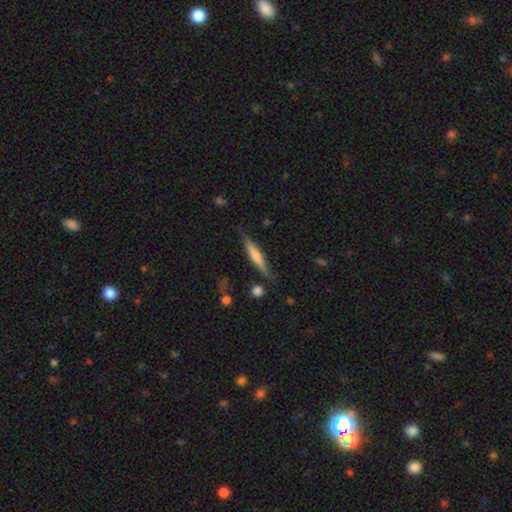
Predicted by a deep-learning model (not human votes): A smooth galaxy with no disk features (51%) that is cigar-shaped (91%). Merging: none (81%).